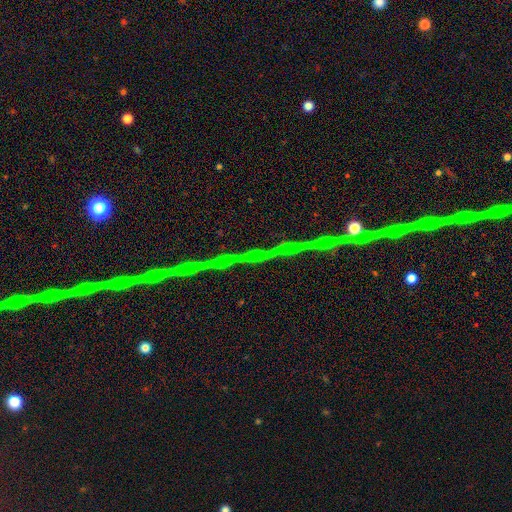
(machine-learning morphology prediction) This appears to be a star or artifact, not a galaxy (70%).